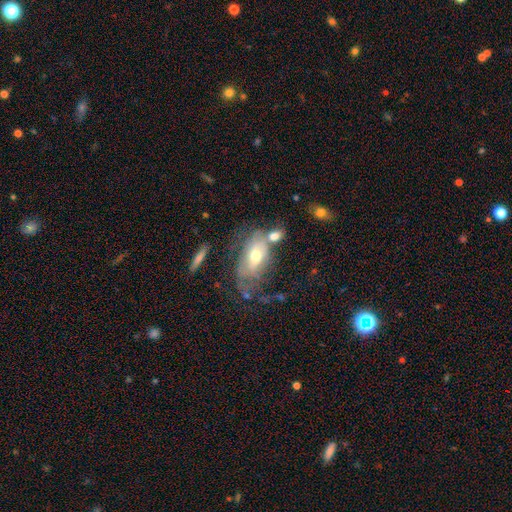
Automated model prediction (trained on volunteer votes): This appears to be a featured or disk galaxy (50%). Merging: none (31%).